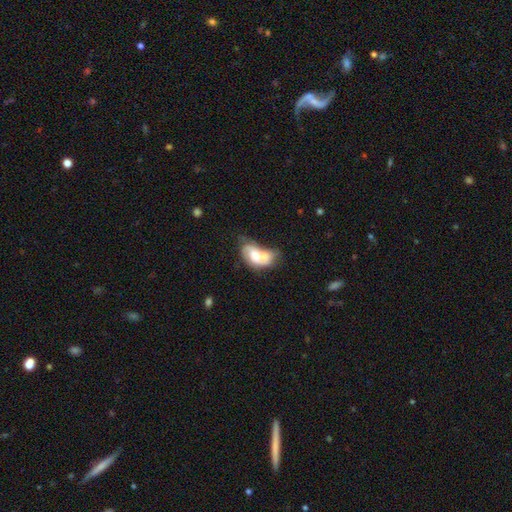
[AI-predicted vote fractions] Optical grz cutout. It shows a smooth galaxy with no disk features (50%). Merging: merger (51%).